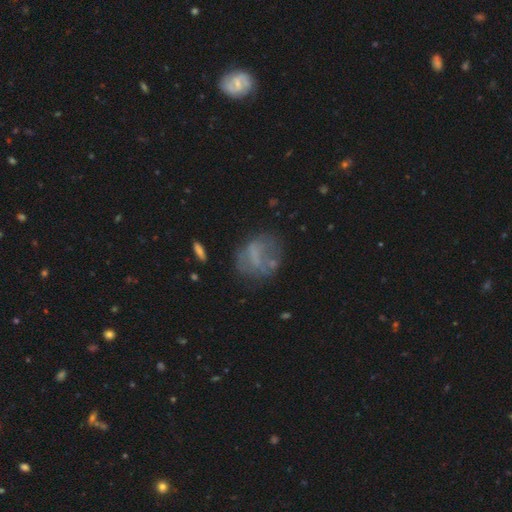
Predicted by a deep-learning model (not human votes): This is marginally a smooth galaxy (44%). Merging: possibly none (51%).